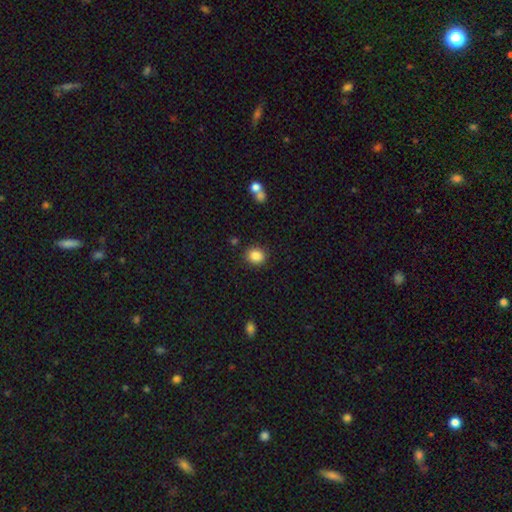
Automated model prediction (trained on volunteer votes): Overall: smooth (86%). How rounded: round (73%). Merging: none (88%).